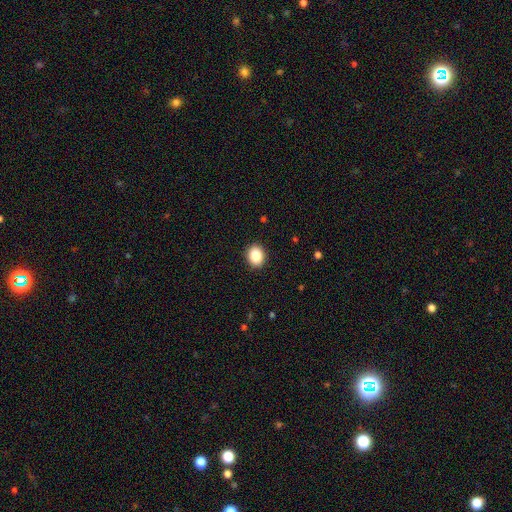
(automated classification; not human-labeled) This appears to be a smooth galaxy with no disk features (87%) that is round (50%). Merging: none (91%).